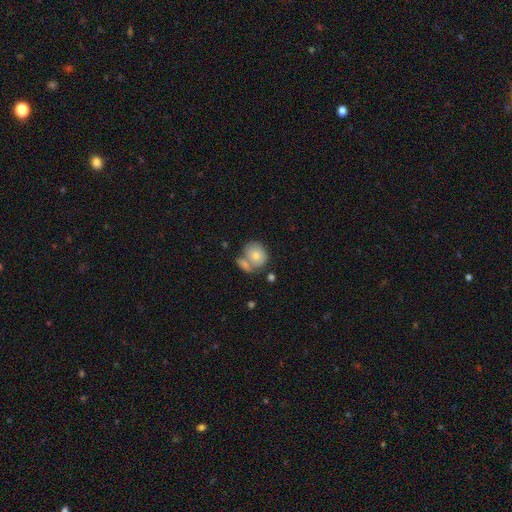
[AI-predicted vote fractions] A smooth galaxy with no disk features (77%) that is round (70%).

Vote fractions:
- Smooth or featured? smooth: 77% / featured or disk: 16% / star or artifact: 7%
- How rounded? round: 70% / in between: 28% / cigar-shaped: 1%
- Merging? none: 43% / merger: 39% / minor disturbance: 13% / major disturbance: 5%